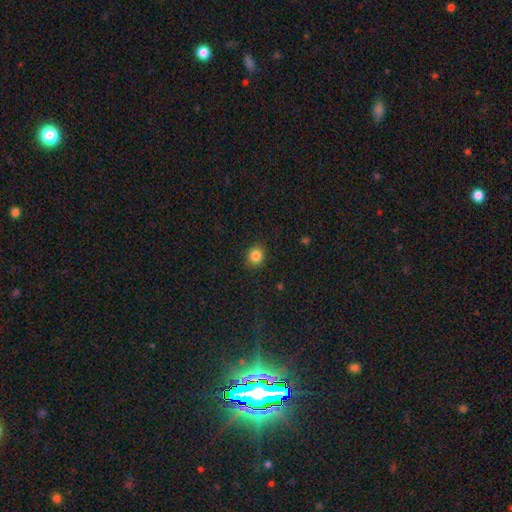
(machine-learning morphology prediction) Smooth or featured: smooth — 85% (star or artifact — 11%)
How rounded: round — 81% (in between — 18%)
Merging: none — 89% (minor disturbance — 8%)